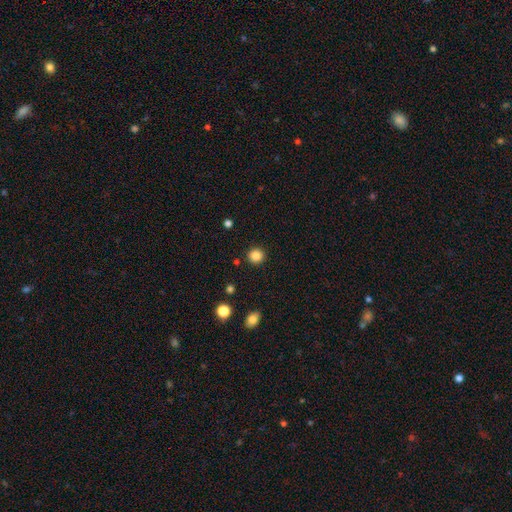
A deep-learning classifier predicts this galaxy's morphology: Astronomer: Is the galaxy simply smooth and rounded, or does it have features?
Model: smooth — 86%.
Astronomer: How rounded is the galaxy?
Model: round — 92%.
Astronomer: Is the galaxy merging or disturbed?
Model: none — 91%.